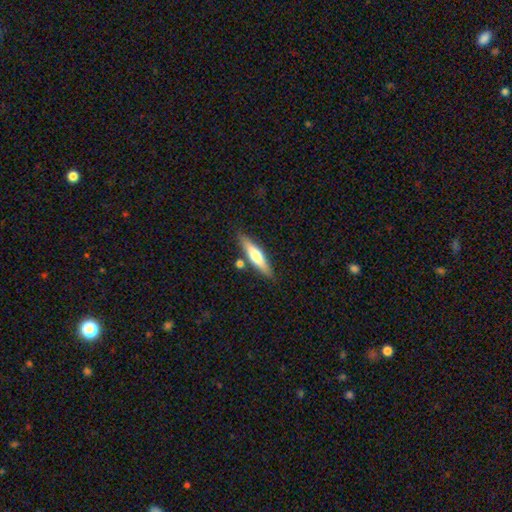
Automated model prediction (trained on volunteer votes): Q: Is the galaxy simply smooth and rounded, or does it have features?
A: smooth — 52%.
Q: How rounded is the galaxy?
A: cigar-shaped — 80%.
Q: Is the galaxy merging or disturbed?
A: none — 81%.